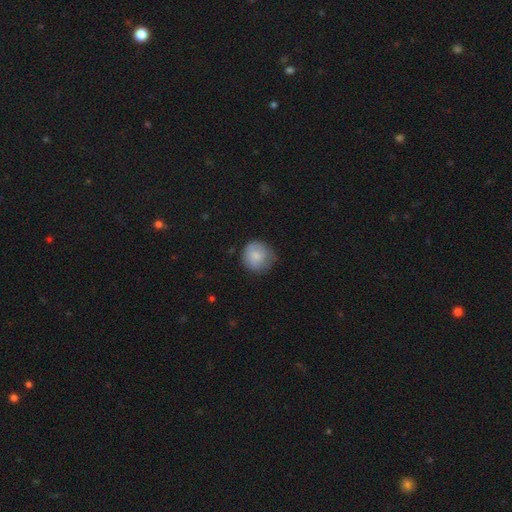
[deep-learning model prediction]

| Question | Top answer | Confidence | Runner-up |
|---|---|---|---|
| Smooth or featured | smooth | 81% | featured or disk (12%) |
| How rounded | round | 91% | in between (8%) |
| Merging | none | 65% | minor disturbance (27%) |